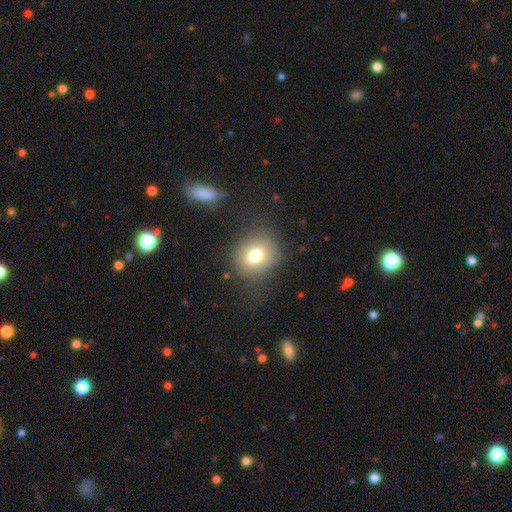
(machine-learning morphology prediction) Q: Smooth or featured?
A: smooth (76%); runner-up: featured or disk (13%)
Q: How rounded?
A: round (67%); runner-up: in between (32%)
Q: Merging?
A: none (74%); runner-up: minor disturbance (15%)